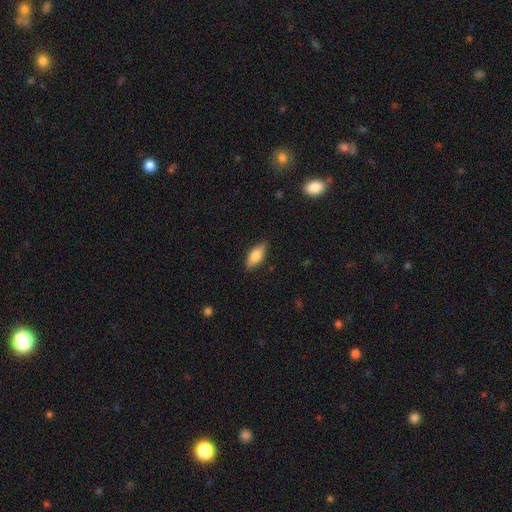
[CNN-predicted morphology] Smooth or featured: smooth — 77% (featured or disk — 17%)
How rounded: in between — 80% (cigar-shaped — 18%)
Merging: none — 84% (minor disturbance — 13%)